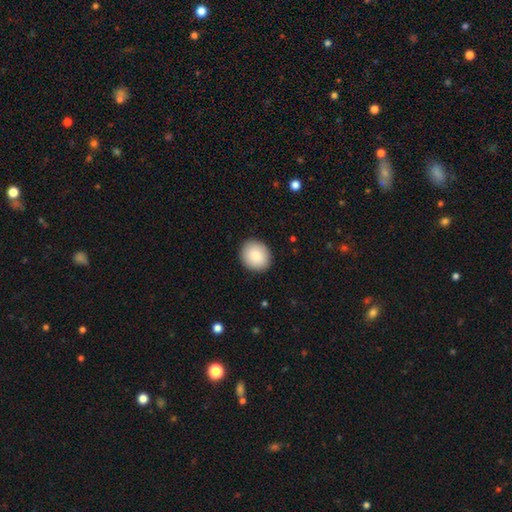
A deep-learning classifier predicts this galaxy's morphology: Smooth or featured?
  - smooth: 89% *
  - star or artifact: 7%
  - featured or disk: 5%
How rounded?
  - round: 72% *
  - in between: 27%
  - cigar-shaped: 1%
Merging?
  - none: 90% *
  - minor disturbance: 7%
  - major disturbance: 2%
  - merger: 1%